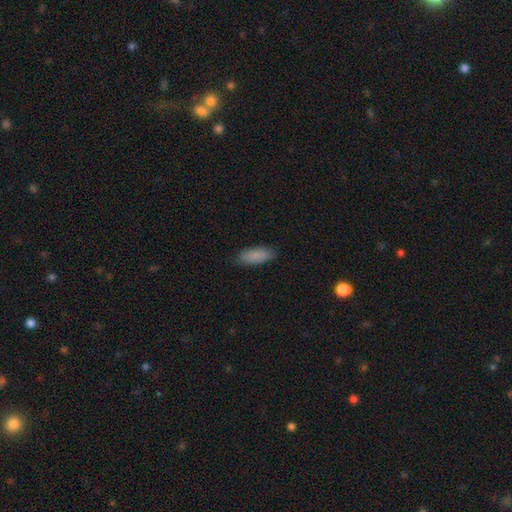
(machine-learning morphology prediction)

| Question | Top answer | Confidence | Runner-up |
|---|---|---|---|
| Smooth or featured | smooth | 87% | featured or disk (7%) |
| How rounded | in between | 73% | cigar-shaped (25%) |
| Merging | none | 84% | minor disturbance (13%) |